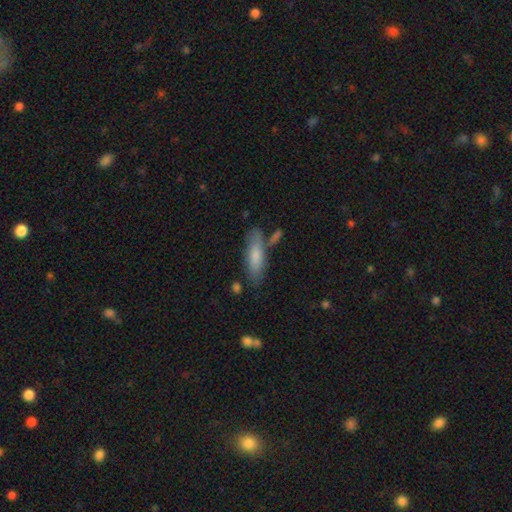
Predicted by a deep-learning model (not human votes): This appears to be a smooth galaxy with no disk features (74%) that is cigar-shaped (52%). Merging: none (70%).